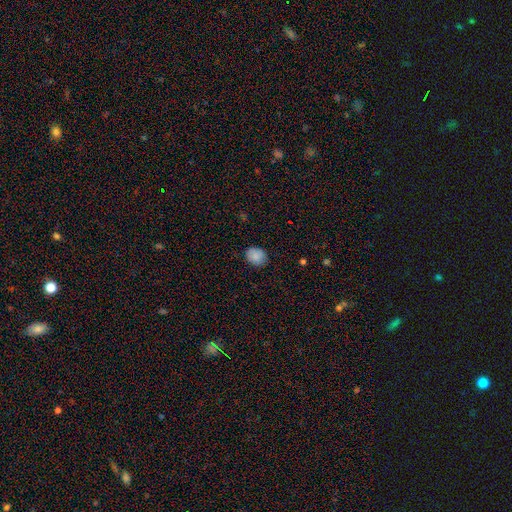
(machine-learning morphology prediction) Smooth or featured? Predicted: smooth (p=0.84). How rounded? Predicted: round (p=0.50). Merging? Predicted: none (p=0.83).